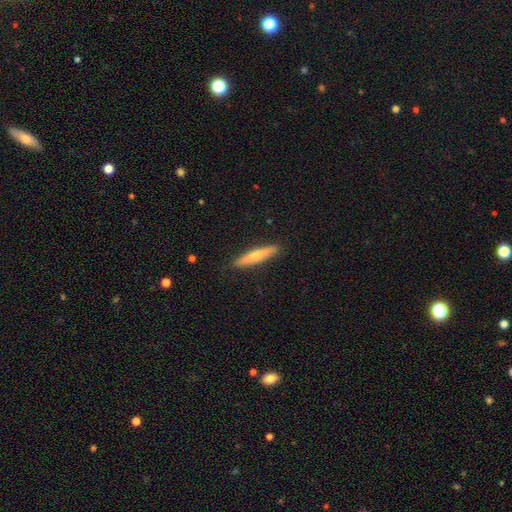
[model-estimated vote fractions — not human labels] A smooth galaxy with no disk features (53%) that is cigar-shaped (89%). Merging: none (90%).